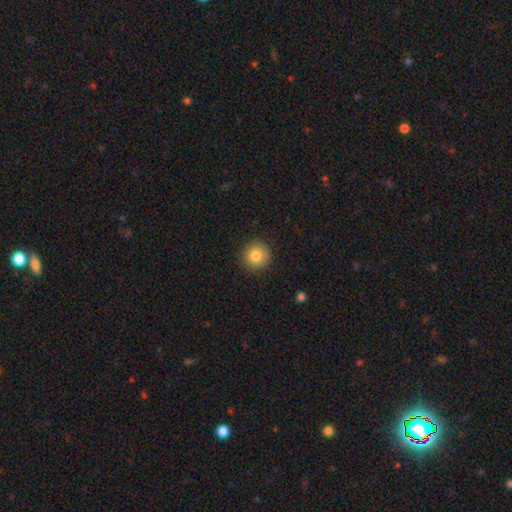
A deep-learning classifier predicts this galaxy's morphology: Q: Smooth or featured?
A: smooth (82%); runner-up: star or artifact (10%)
Q: How rounded?
A: round (94%); runner-up: in between (5%)
Q: Merging?
A: none (89%); runner-up: minor disturbance (8%)